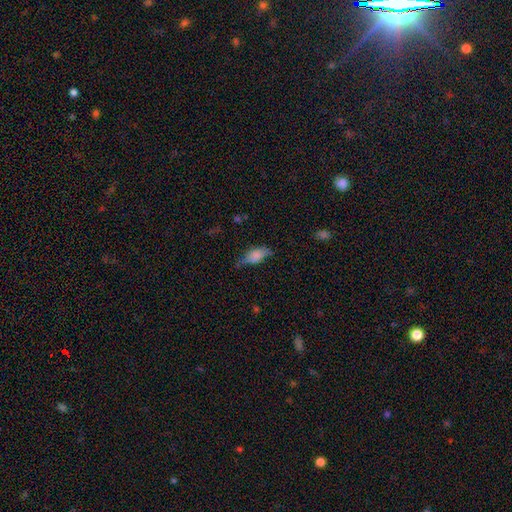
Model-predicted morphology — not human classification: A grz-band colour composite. It shows a smooth galaxy with no disk features (68%) that is in between round and cigar-shaped (83%). Merging: none (47%).